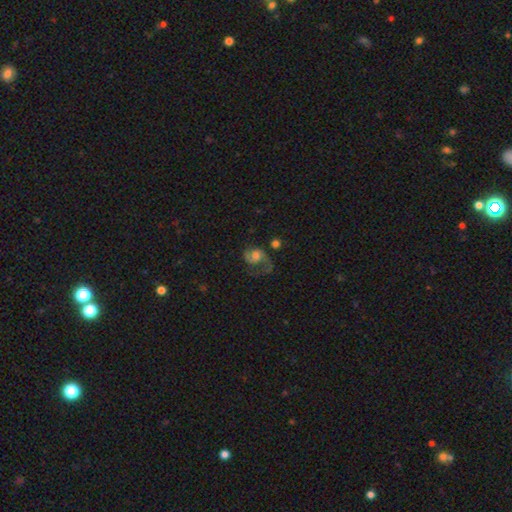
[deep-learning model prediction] featured or disk 69%, smooth 22%, star or artifact 9%. Down the decision tree: edge-on disk — no (98%); bar — no (66%); spiral arms — yes (91%); spiral arm count — 2 (68%); spiral winding — medium (45%); bulge size — moderate (46%); merging — none (45%).